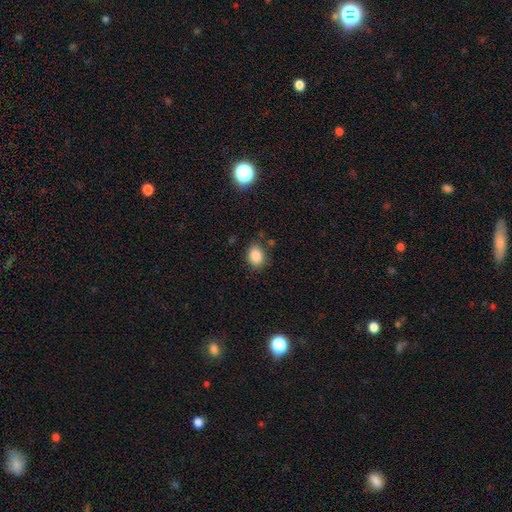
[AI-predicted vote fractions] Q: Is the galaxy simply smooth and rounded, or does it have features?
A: smooth — 86%.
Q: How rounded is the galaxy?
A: in between — 61%.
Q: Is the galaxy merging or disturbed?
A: none — 81%.